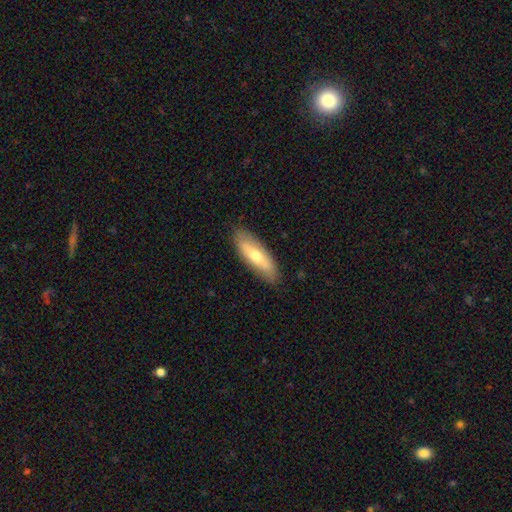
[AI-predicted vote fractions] Overall: smooth (59%; featured or disk 36%). How rounded: in between (51%; cigar-shaped 46%). Merging: none (86%).